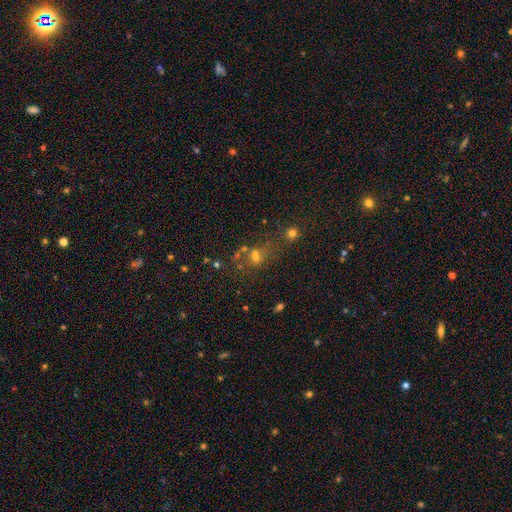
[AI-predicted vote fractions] smooth_or_featured: smooth (p=0.44) [alt: star or artifact p=0.36]
merging: none (p=0.46) [alt: merger p=0.29]